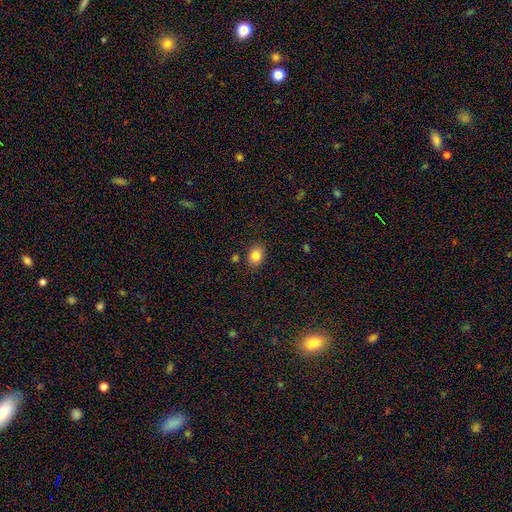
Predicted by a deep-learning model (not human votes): Smooth or featured? Predicted: smooth (p=0.85). How rounded? Predicted: in between (p=0.54). Merging? Predicted: none (p=0.84).